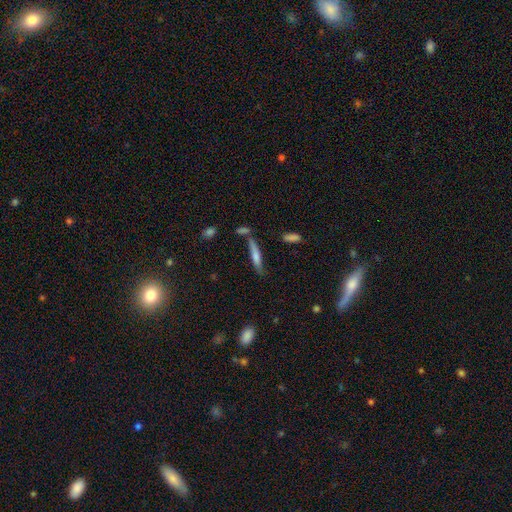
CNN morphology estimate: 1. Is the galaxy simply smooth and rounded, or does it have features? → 56% smooth, 36% featured or disk, 9% star or artifact.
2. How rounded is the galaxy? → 86% cigar-shaped, 13% in between, 2% round.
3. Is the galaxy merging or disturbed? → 68% none, 17% minor disturbance, 10% merger, 5% major disturbance.